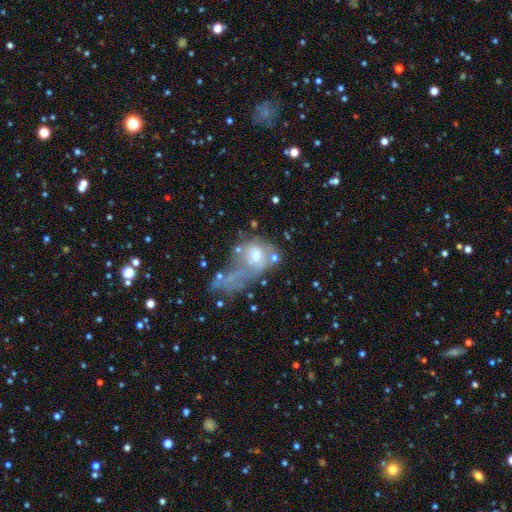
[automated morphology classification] Overall: smooth (45%; featured or disk 41%). Merging: major disturbance (37%; merger 31%).